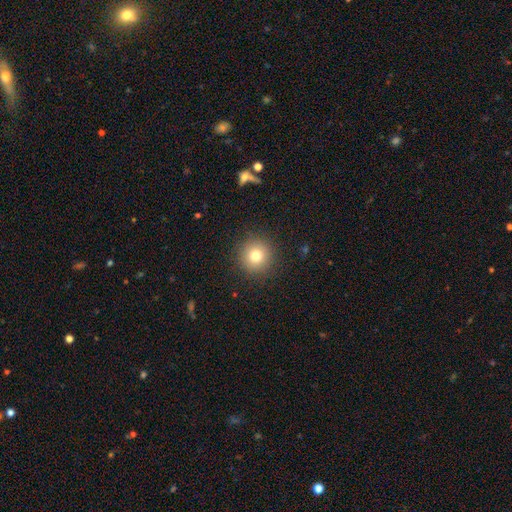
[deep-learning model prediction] Overall: smooth (78%). How rounded: round (95%). Merging: none (91%).